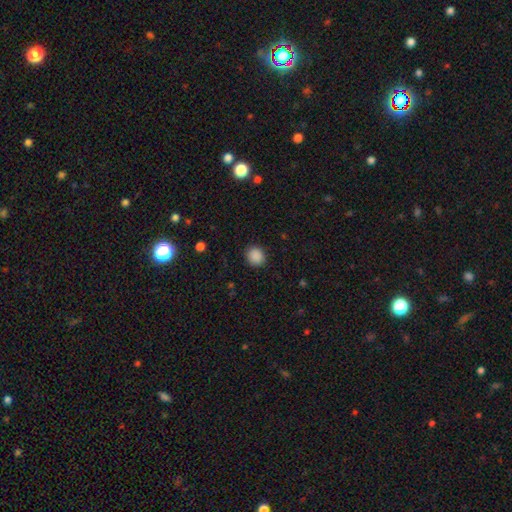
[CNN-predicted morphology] smooth 88%, star or artifact 10%, featured or disk 3%. Down the decision tree: how rounded — round (80%); merging — none (89%).